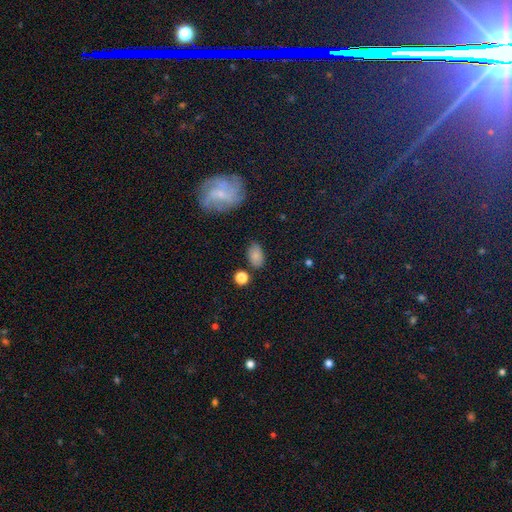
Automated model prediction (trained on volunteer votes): Smooth or featured? Predicted: smooth (p=0.79). How rounded? Predicted: in between (p=0.86). Merging? Predicted: none (p=0.76).